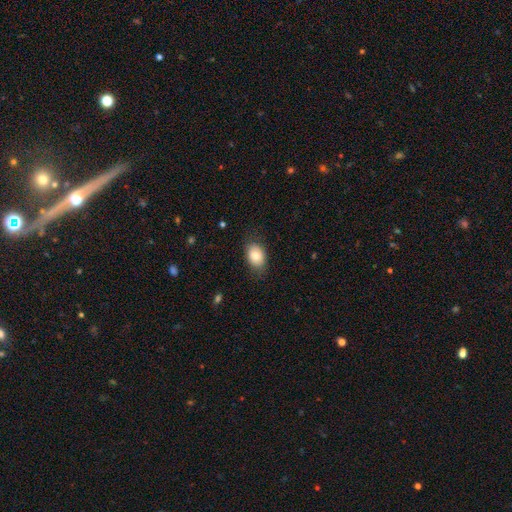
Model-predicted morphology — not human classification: type=smooth (81%); roundness=in between (78%); merging=none (77%).